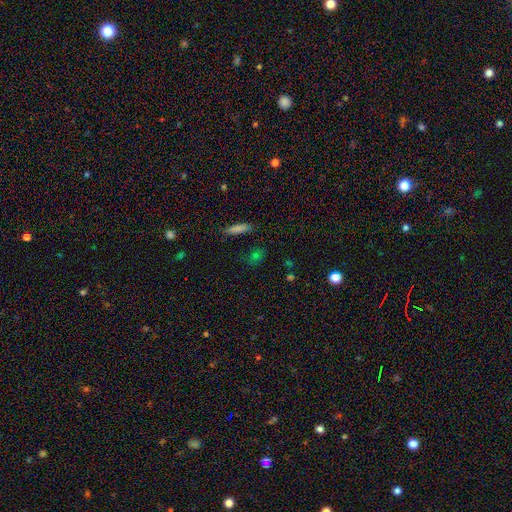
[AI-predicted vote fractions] smooth-or-featured: smooth: 63% | star or artifact: 25% | featured or disk: 11%
  how-rounded: in between: 51% | round: 27% | cigar-shaped: 22%
  merging: none: 78% | minor disturbance: 13% | major disturbance: 5% | merger: 4%